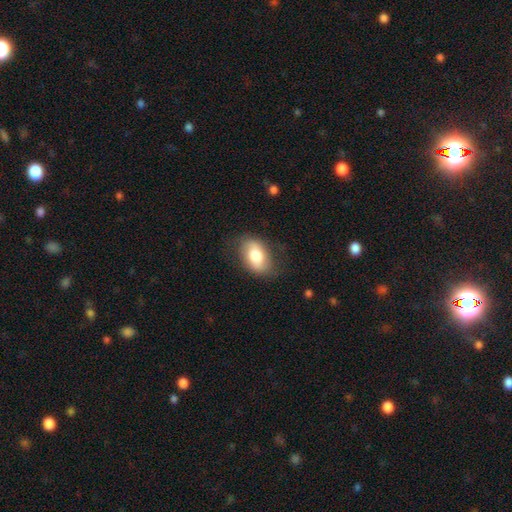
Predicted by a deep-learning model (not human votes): This appears to be a smooth galaxy with no disk features (72%) that is in between round and cigar-shaped (89%). Merging: none (74%).